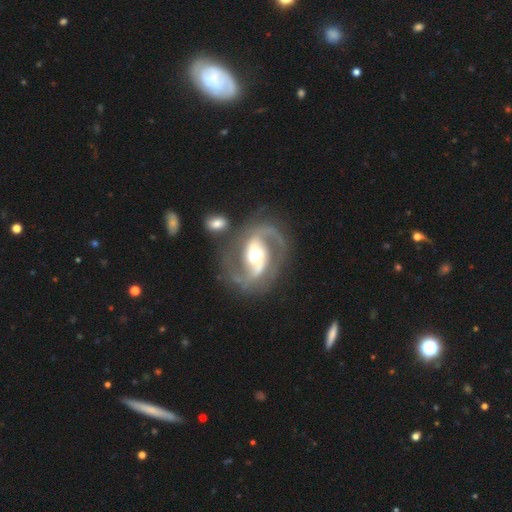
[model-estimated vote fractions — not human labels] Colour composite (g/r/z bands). It shows a featured or disk galaxy (90%) with a strong bar (41%), 2 (93%) medium (60%) spiral arms (96%) and a moderate central bulge (62%). Merging: none (73%).